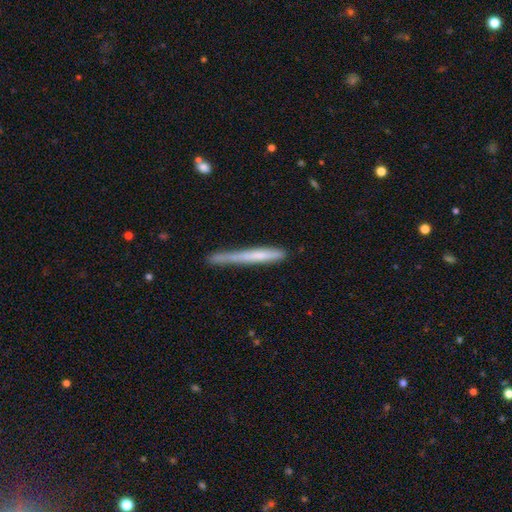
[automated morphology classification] smooth-or-featured: smooth: 57% | featured or disk: 36% | star or artifact: 7%
  how-rounded: cigar-shaped: 97% | in between: 2% | round: 1%
  merging: none: 64% | minor disturbance: 23% | major disturbance: 8% | merger: 5%